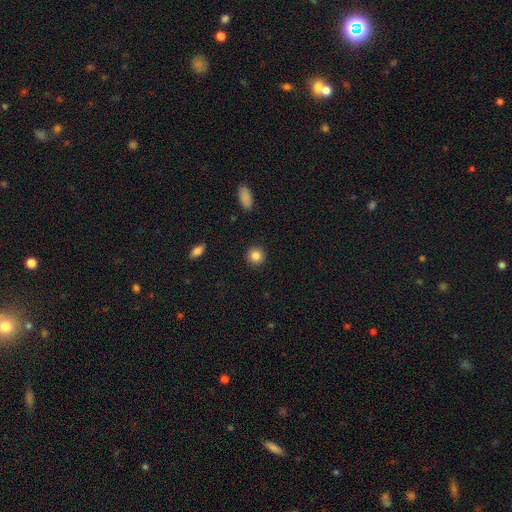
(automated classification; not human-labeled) A smooth galaxy with no disk features (86%) that is round (90%).

Vote fractions:
- Smooth or featured? smooth: 86% / star or artifact: 9% / featured or disk: 5%
- How rounded? round: 90% / in between: 9% / cigar-shaped: 1%
- Merging? none: 91% / minor disturbance: 6% / major disturbance: 2% / merger: 1%